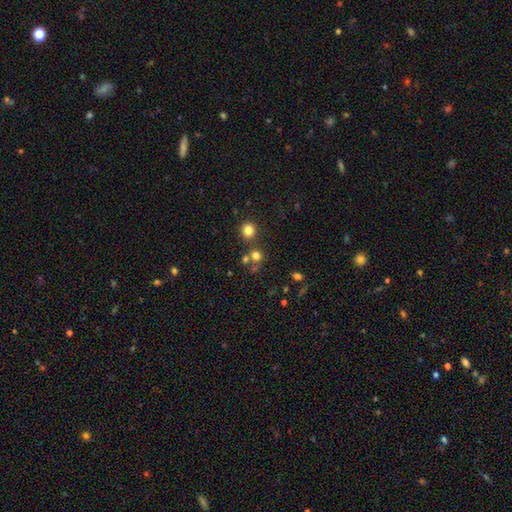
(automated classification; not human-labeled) This is likely a smooth galaxy (72%). How rounded: clearly round (85%). Merging: likely none (62%).